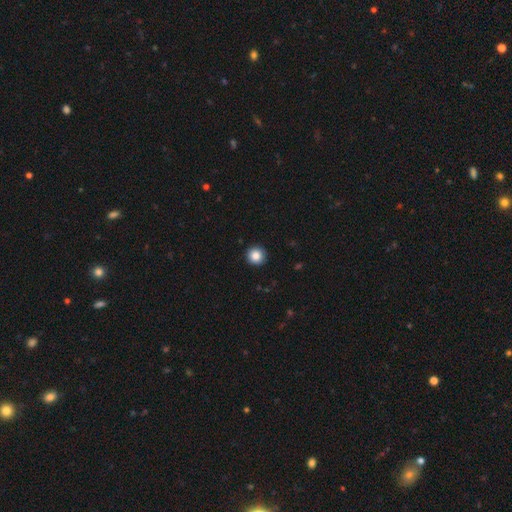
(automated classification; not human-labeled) Overall: smooth (86%). How rounded: round (96%). Merging: none (93%).